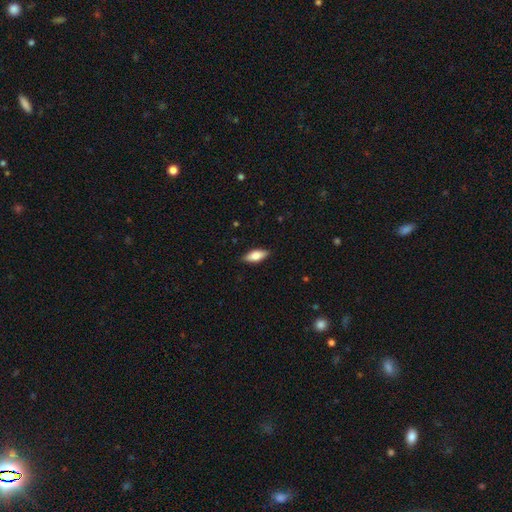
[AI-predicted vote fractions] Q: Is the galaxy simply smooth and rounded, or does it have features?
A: smooth — 73%.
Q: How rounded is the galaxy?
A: in between — 78%.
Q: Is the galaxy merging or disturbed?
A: none — 88%.